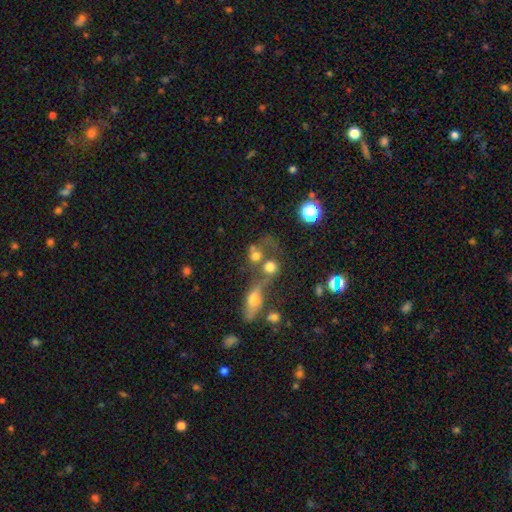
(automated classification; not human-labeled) Smooth or featured? Predicted: smooth (p=0.67). How rounded? Predicted: round (p=0.74). Merging? Predicted: merger (p=0.49).